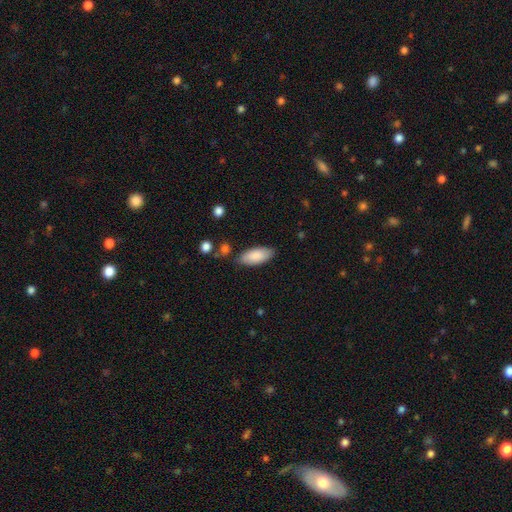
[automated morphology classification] Q: Smooth or featured?
A: smooth (87%); runner-up: featured or disk (8%)
Q: How rounded?
A: in between (86%); runner-up: cigar-shaped (12%)
Q: Merging?
A: none (82%); runner-up: minor disturbance (13%)